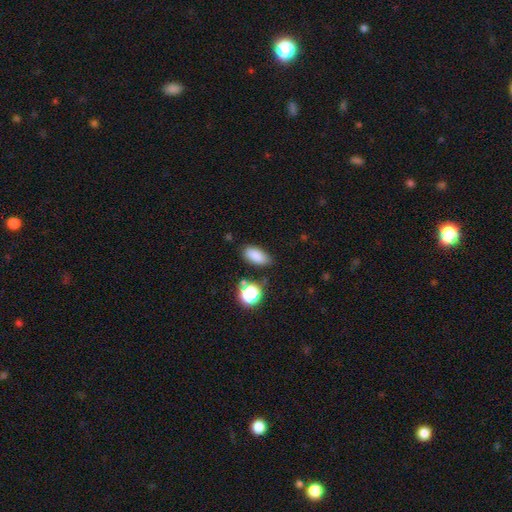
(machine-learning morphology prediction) Smooth or featured: smooth — 82% (star or artifact — 11%)
How rounded: in between — 86% (cigar-shaped — 7%)
Merging: none — 76% (minor disturbance — 16%)